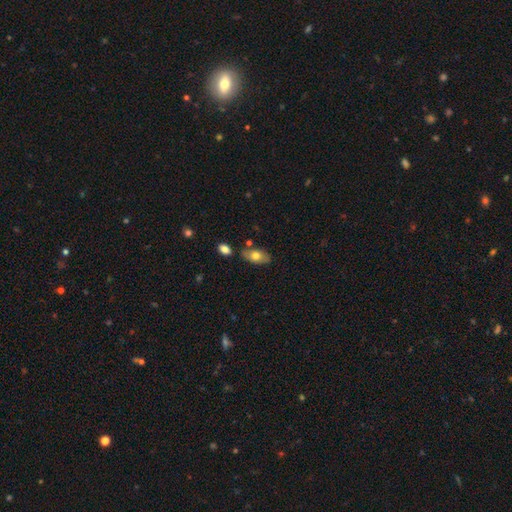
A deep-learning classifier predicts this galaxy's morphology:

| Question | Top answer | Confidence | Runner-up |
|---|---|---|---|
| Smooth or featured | smooth | 69% | featured or disk (24%) |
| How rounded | in between | 91% | round (5%) |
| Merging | none | 75% | minor disturbance (15%) |